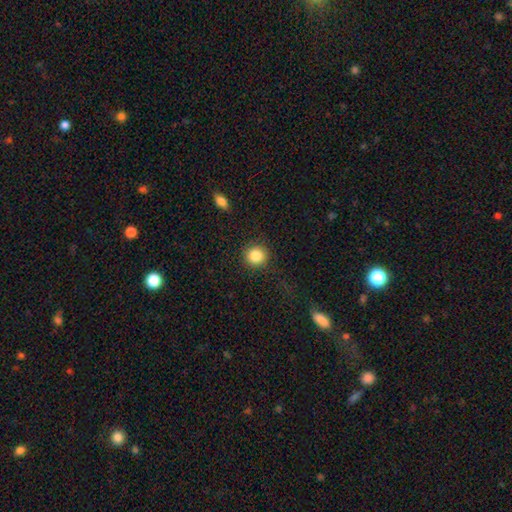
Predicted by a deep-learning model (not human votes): This appears to be a smooth galaxy with no disk features (86%) that is round (91%). Merging: none (89%).